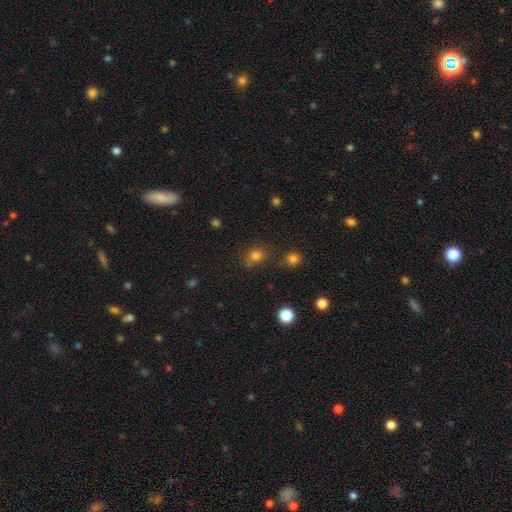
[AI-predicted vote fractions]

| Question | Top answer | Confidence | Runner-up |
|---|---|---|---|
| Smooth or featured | smooth | 76% | star or artifact (18%) |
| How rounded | round | 77% | in between (22%) |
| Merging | none | 70% | merger (13%) |